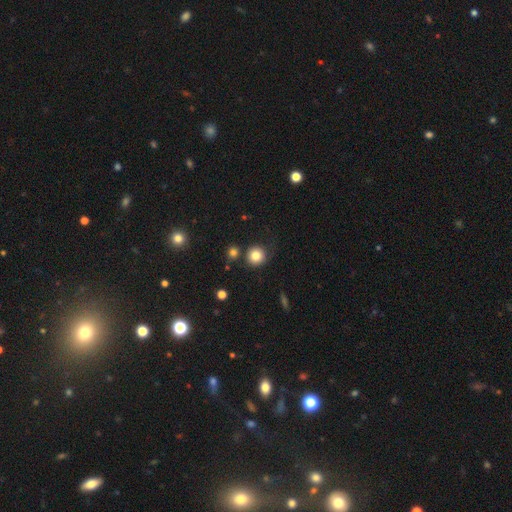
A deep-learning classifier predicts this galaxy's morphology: type=smooth (82%); roundness=round (92%); merging=none (78%).